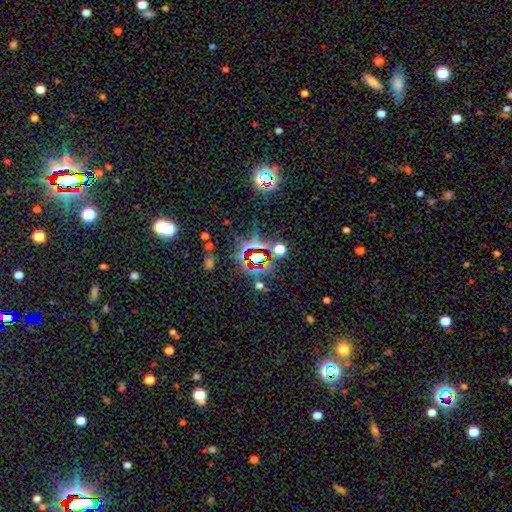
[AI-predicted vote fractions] Morphology: type=star or artifact (76%).